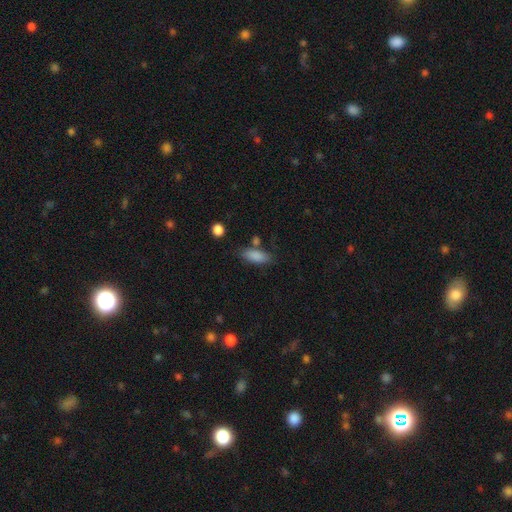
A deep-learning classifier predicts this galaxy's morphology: smooth 86%, star or artifact 7%, featured or disk 7%. Down the decision tree: how rounded — in between (76%); merging — none (71%).